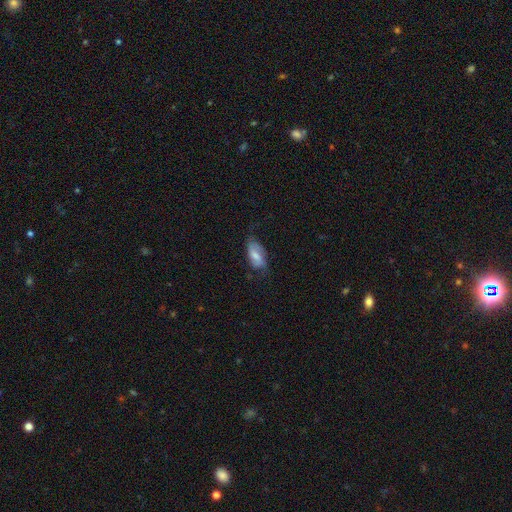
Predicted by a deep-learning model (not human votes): Smooth or featured: smooth — 51% (featured or disk — 41%)
How rounded: in between — 87% (cigar-shaped — 9%)
Merging: none — 51% (minor disturbance — 33%)